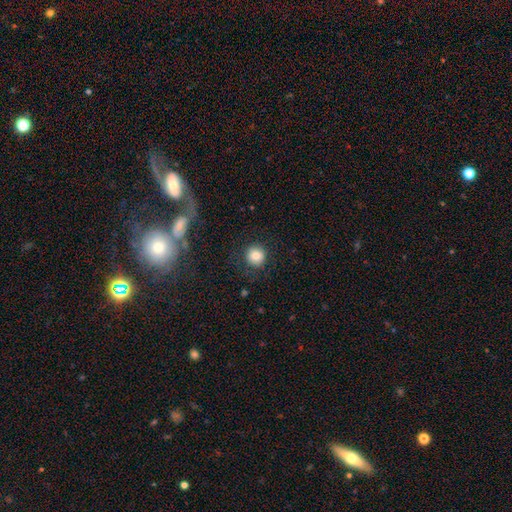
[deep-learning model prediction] A smooth galaxy with no disk features (82%) that is round (93%).

Vote fractions:
- Smooth or featured? smooth: 82% / star or artifact: 11% / featured or disk: 7%
- How rounded? round: 93% / in between: 6% / cigar-shaped: 1%
- Merging? none: 86% / minor disturbance: 8% / major disturbance: 4% / merger: 2%